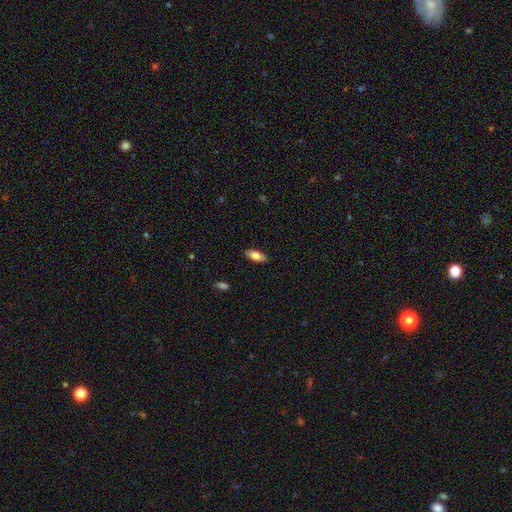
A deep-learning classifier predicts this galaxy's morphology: Q: Smooth or featured?
A: smooth (77%); runner-up: featured or disk (17%)
Q: How rounded?
A: in between (81%); runner-up: cigar-shaped (17%)
Q: Merging?
A: none (88%); runner-up: minor disturbance (9%)